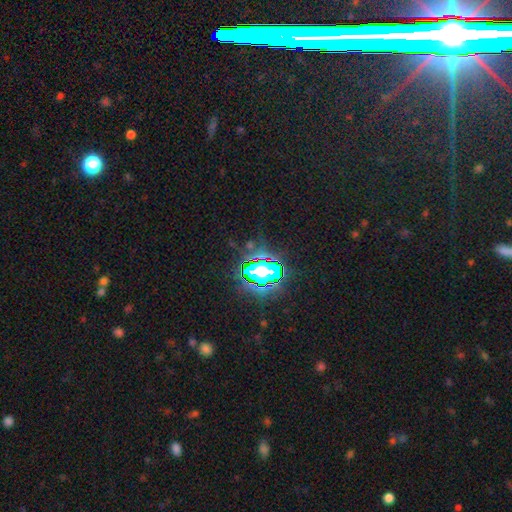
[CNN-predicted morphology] A star or artifact, not a galaxy (83%).